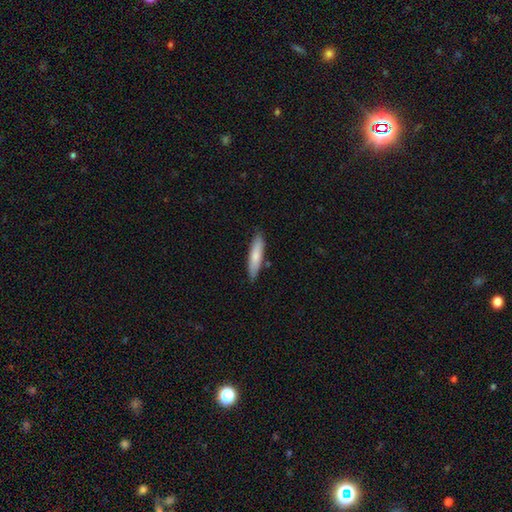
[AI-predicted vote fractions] The model was most divided on "how rounded": cigar-shaped: 76%, in between: 22%, round: 1%. More confident: merging — none (83%); smooth or featured — smooth (76%).